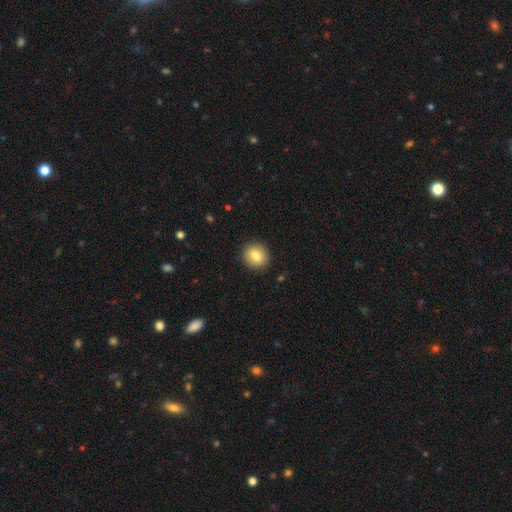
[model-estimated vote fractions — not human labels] The model was most divided on "how rounded": round: 78%, in between: 21%, cigar-shaped: 1%. More confident: merging — none (90%); smooth or featured — smooth (80%).